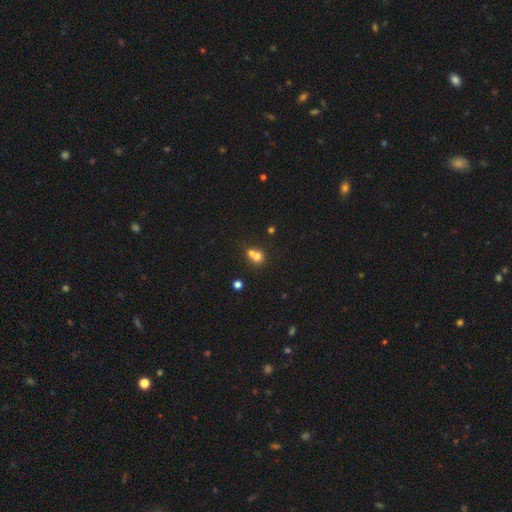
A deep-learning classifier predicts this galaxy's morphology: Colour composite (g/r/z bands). It shows a smooth galaxy with no disk features (70%) that is round (78%). Merging: merger (60%).